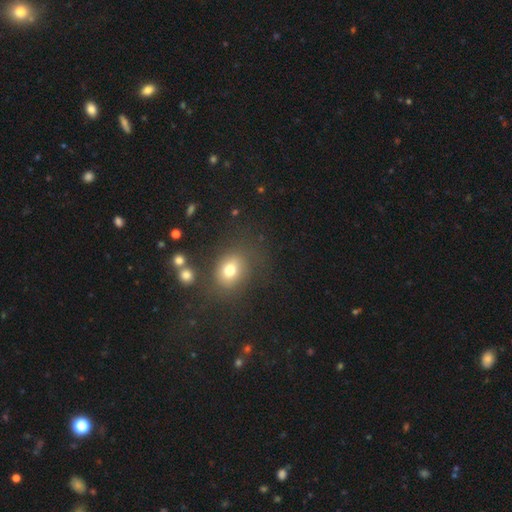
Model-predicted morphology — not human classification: This is likely a smooth galaxy (60%). How rounded: possibly round (56%). Merging: likely none (77%).